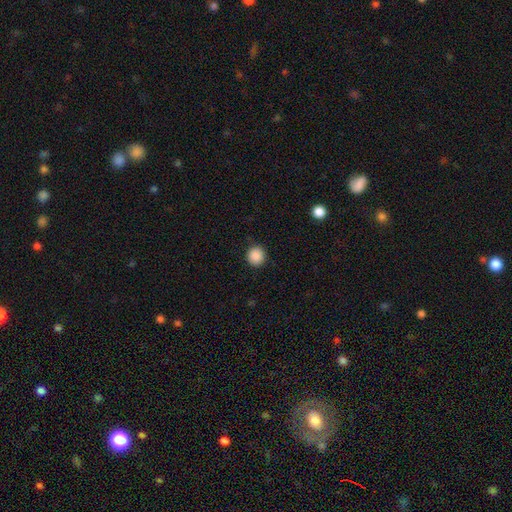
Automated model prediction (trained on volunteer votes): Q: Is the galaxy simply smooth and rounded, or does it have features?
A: smooth — 88%.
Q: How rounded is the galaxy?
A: round — 93%.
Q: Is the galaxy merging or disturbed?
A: none — 91%.